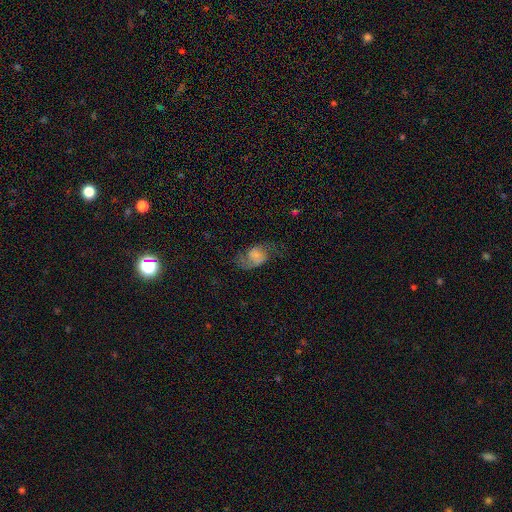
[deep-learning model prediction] This is likely a featured or disk galaxy (63%). It is clearly not viewed edge-on (97%). Bar: likely no (63%). Spiral arm pattern: clearly yes (90%). Spiral arm count: clearly 2 (88%). Spiral winding: possibly loose (51%). Central bulge: marginally none (38%). Merging: possibly none (58%).